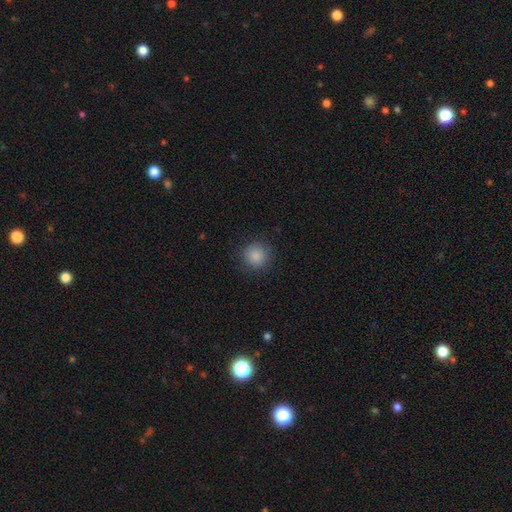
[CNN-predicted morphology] A smooth galaxy with no disk features (87%) that is round (93%). Merging: none (88%).